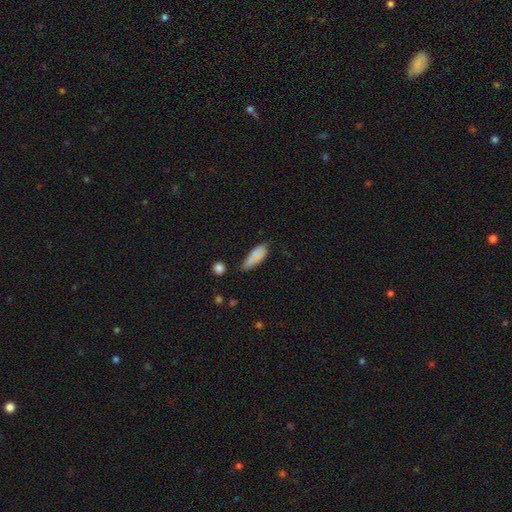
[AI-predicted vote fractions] smooth_or_featured: smooth (p=0.82) [alt: featured or disk p=0.11]
how_rounded: in between (p=0.69) [alt: cigar-shaped p=0.29]
merging: none (p=0.46) [alt: minor disturbance p=0.40]